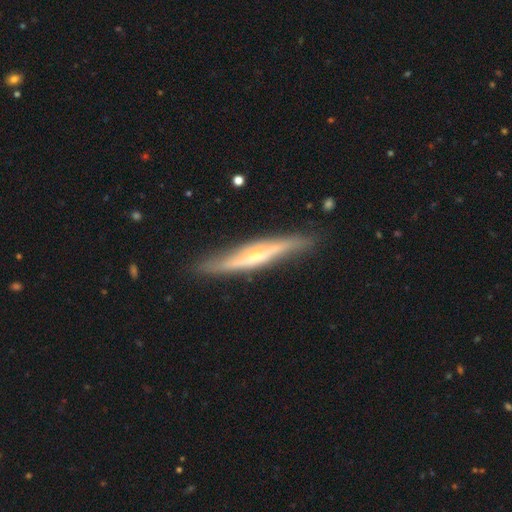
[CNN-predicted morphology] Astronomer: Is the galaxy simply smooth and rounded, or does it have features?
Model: featured or disk — 74%.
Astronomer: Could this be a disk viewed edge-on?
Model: yes — 88%.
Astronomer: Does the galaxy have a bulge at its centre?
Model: rounded — 76%.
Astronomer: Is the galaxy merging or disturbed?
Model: none — 84%.